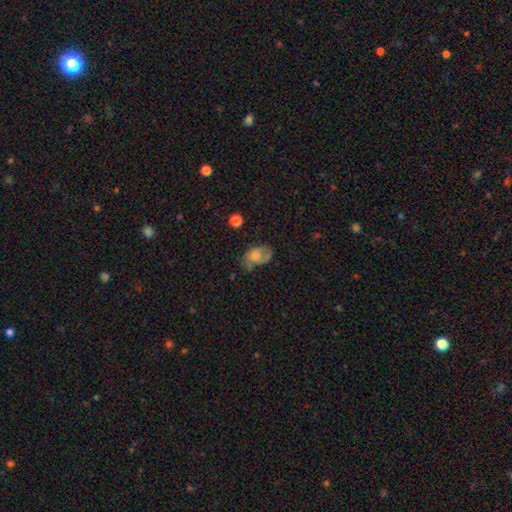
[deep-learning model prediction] Smooth or featured? Predicted: smooth (p=0.52). How rounded? Predicted: in between (p=0.79). Merging? Predicted: none (p=0.44).